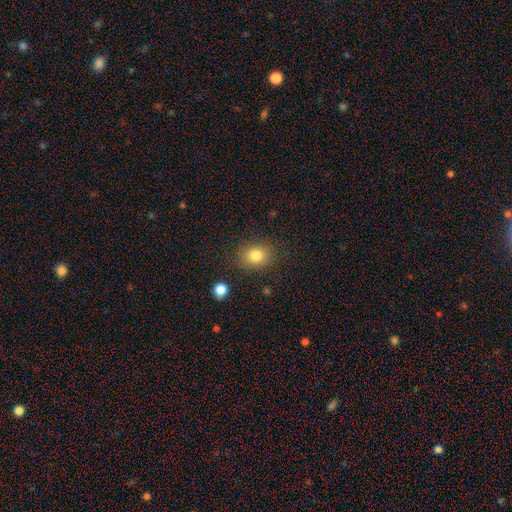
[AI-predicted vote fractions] Smooth or featured? smooth (82%)
How rounded? round (51%)
Merging? none (83%)